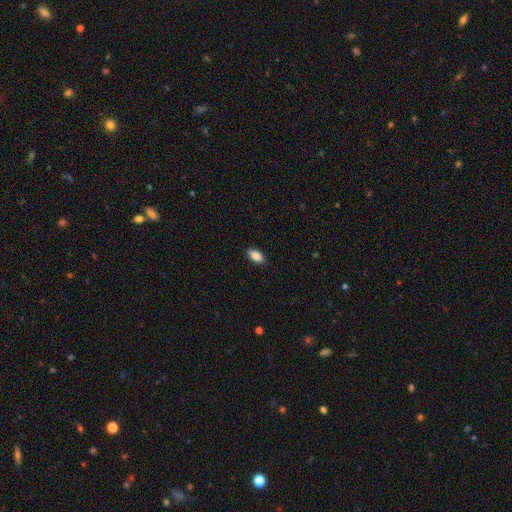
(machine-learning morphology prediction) Smooth or featured: smooth — 87% (star or artifact — 7%)
How rounded: in between — 91% (cigar-shaped — 6%)
Merging: none — 88% (minor disturbance — 9%)